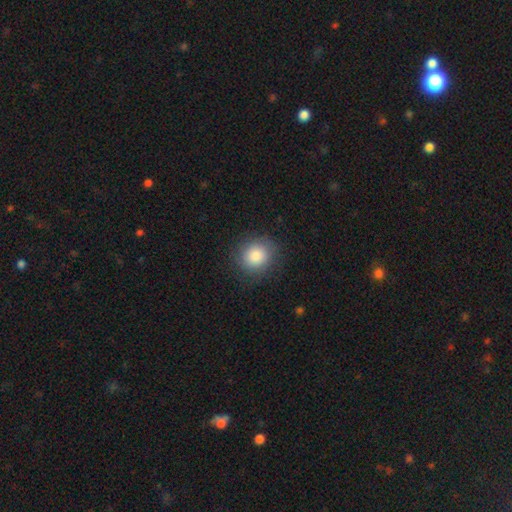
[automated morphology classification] A smooth galaxy with no disk features (85%) that is round (83%).

Vote fractions:
- Smooth or featured? smooth: 85% / star or artifact: 9% / featured or disk: 6%
- How rounded? round: 83% / in between: 16% / cigar-shaped: 1%
- Merging? none: 86% / minor disturbance: 10% / major disturbance: 4% / merger: 1%